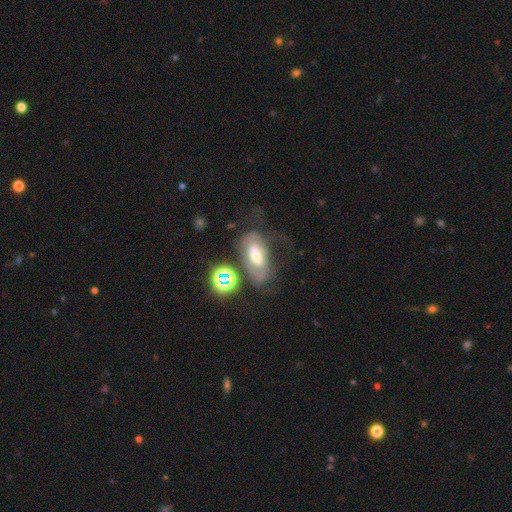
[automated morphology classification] Smooth or featured: featured or disk — 53% (smooth — 31%)
Edge-on disk: no — 89% (yes — 11%)
Merging: none — 39% (major disturbance — 31%)